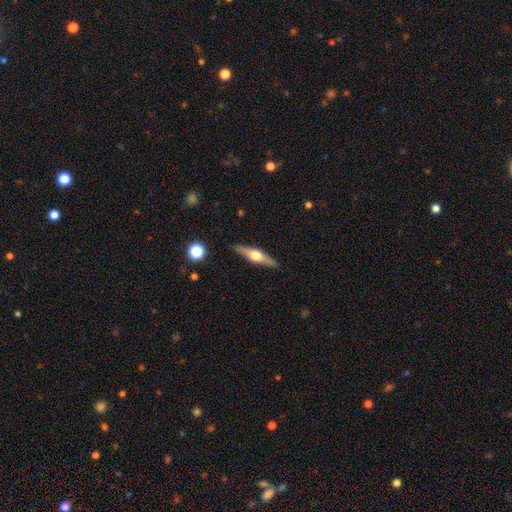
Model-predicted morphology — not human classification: This is likely a featured or disk galaxy (69%). It is clearly viewed edge-on (96%). Edge-on bulge: clearly rounded (94%). Merging: clearly none (89%).